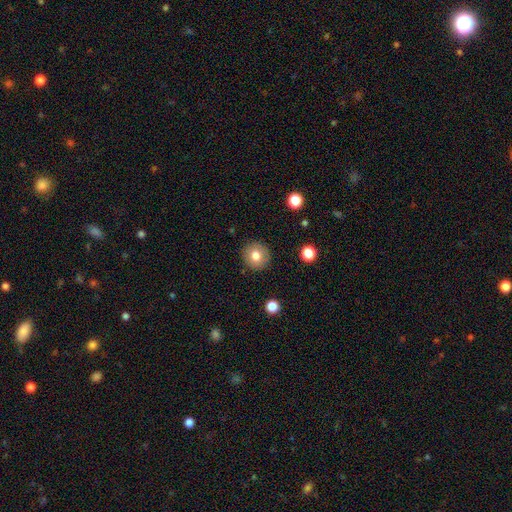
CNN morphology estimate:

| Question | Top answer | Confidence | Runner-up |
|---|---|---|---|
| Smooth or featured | smooth | 79% | featured or disk (12%) |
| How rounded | round | 92% | in between (7%) |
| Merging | none | 90% | minor disturbance (7%) |